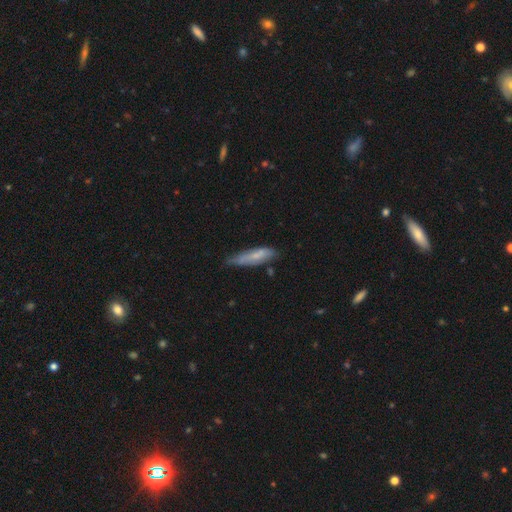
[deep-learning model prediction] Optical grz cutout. It shows a smooth galaxy with no disk features (63%) that is cigar-shaped (71%). Merging: none (57%).